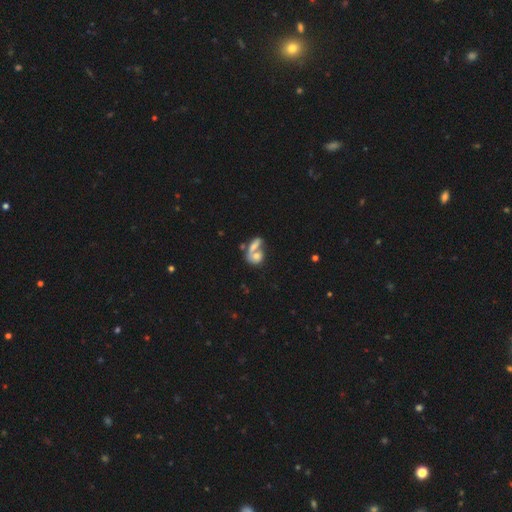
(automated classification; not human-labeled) Smooth or featured? smooth (61%)
How rounded? in between (60%)
Merging? merger (58%)